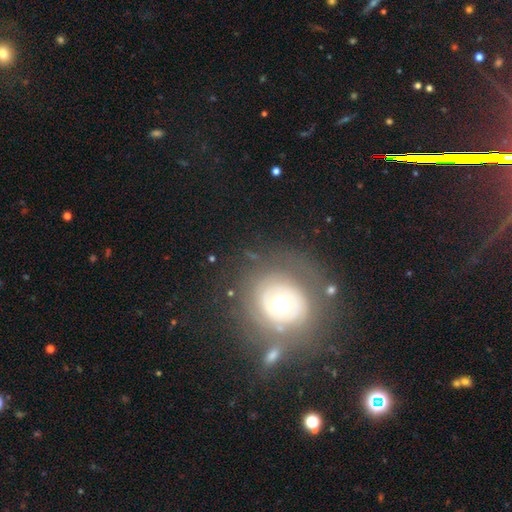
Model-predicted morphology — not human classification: Overall: featured or disk (47%; smooth 36%). Merging: none (70%).